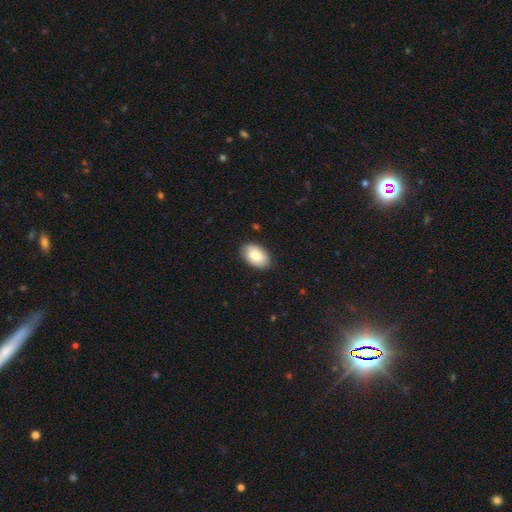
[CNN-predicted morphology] This appears to be a smooth galaxy with no disk features (80%) that is in between round and cigar-shaped (92%). Merging: none (86%).